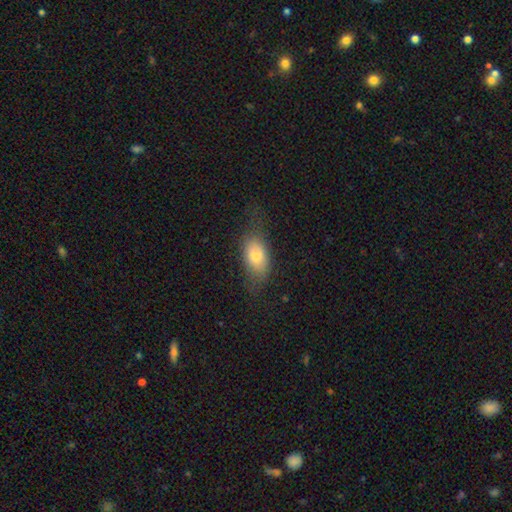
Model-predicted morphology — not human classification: smooth-or-featured: smooth: 75% | featured or disk: 17% | star or artifact: 8%
  how-rounded: in between: 86% | round: 8% | cigar-shaped: 5%
  merging: none: 58% | minor disturbance: 25% | major disturbance: 15% | merger: 1%